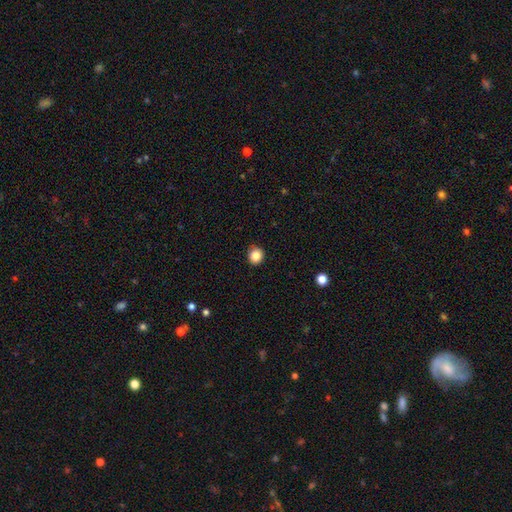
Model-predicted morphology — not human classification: smooth-or-featured: smooth: 85% | star or artifact: 10% | featured or disk: 5%
  how-rounded: round: 85% | in between: 14% | cigar-shaped: 1%
  merging: none: 88% | minor disturbance: 9% | major disturbance: 2% | merger: 1%